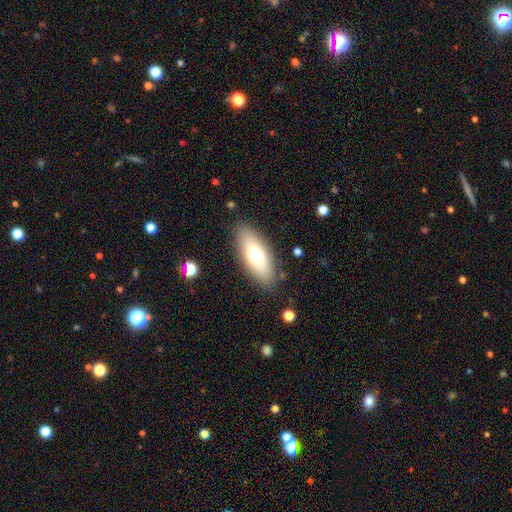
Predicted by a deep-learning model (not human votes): smooth 67%, featured or disk 25%, star or artifact 8%. Down the decision tree: how rounded — in between (79%); merging — none (86%).